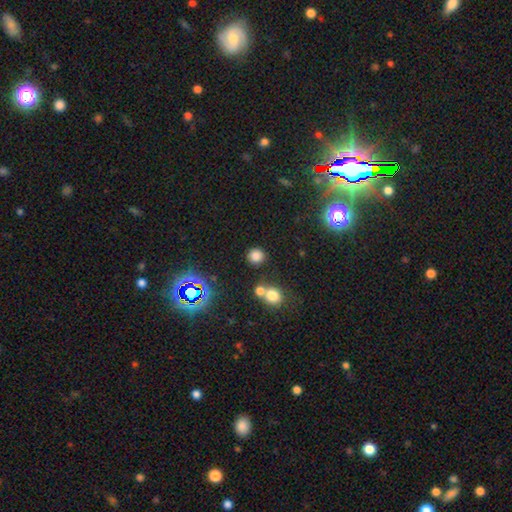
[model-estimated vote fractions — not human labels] Smooth or featured?
  - smooth: 76% *
  - star or artifact: 18%
  - featured or disk: 6%
How rounded?
  - round: 87% *
  - in between: 12%
  - cigar-shaped: 1%
Merging?
  - none: 80% *
  - minor disturbance: 9%
  - merger: 9%
  - major disturbance: 3%